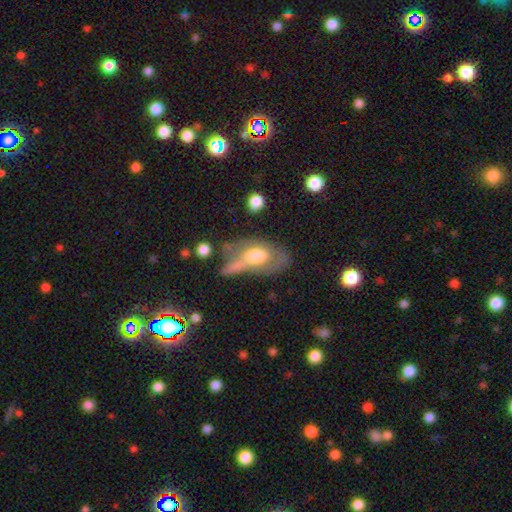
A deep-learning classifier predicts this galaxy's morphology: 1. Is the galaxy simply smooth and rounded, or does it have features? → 48% smooth, 44% featured or disk, 8% star or artifact.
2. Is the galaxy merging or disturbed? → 31% major disturbance, 27% none, 23% minor disturbance, 19% merger.